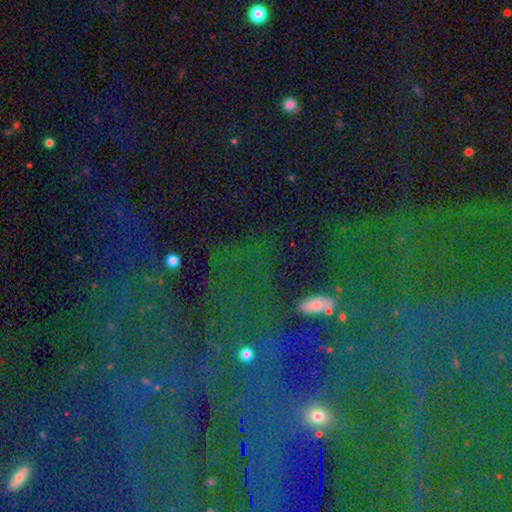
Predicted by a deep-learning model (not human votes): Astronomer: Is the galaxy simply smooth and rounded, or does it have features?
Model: star or artifact — 73%.